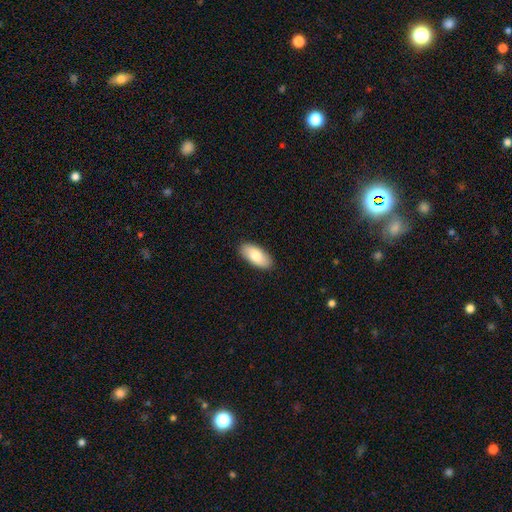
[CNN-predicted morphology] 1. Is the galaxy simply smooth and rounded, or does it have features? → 82% smooth, 12% featured or disk, 5% star or artifact.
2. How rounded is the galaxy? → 91% in between, 7% cigar-shaped, 2% round.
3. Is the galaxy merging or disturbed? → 90% none, 8% minor disturbance, 2% major disturbance, 1% merger.